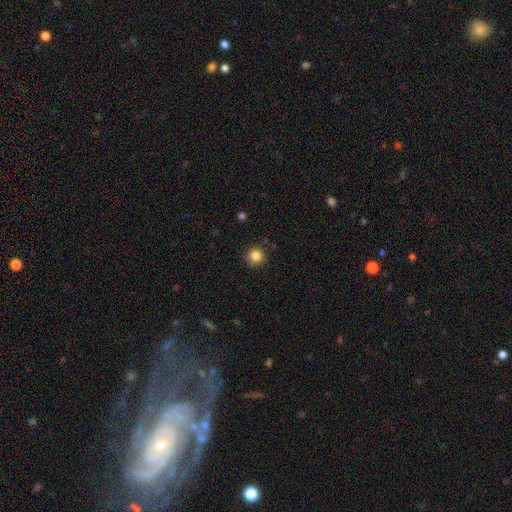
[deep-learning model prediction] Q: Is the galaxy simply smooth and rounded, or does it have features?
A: smooth — 85%.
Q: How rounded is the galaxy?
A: round — 93%.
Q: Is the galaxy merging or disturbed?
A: none — 87%.